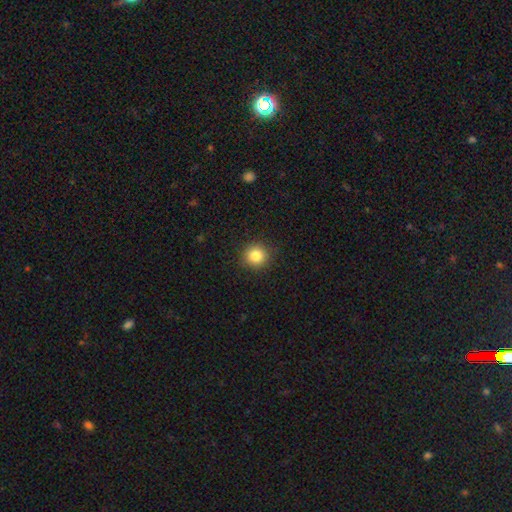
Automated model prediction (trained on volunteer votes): smooth 83%, star or artifact 11%, featured or disk 6%. Down the decision tree: how rounded — round (92%); merging — none (90%).